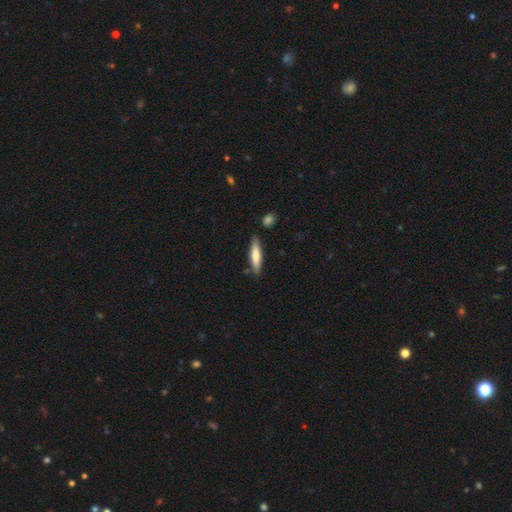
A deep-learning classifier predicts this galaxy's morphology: Smooth or featured? smooth (69%)
How rounded? cigar-shaped (80%)
Merging? none (83%)